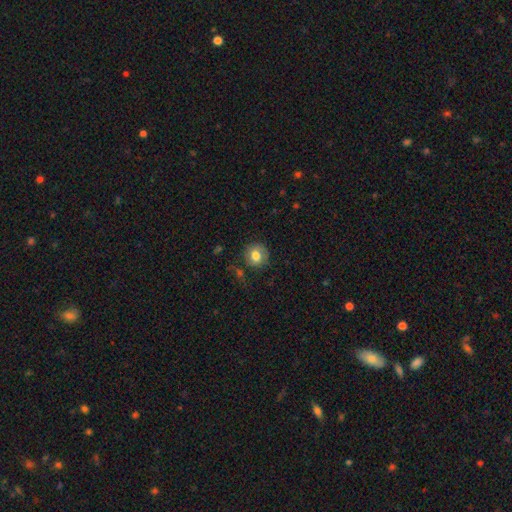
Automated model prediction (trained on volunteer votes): A smooth galaxy with no disk features (78%) that is round (87%).

Vote fractions:
- Smooth or featured? smooth: 78% / featured or disk: 13% / star or artifact: 9%
- How rounded? round: 87% / in between: 12% / cigar-shaped: 1%
- Merging? none: 79% / minor disturbance: 14% / major disturbance: 5% / merger: 3%